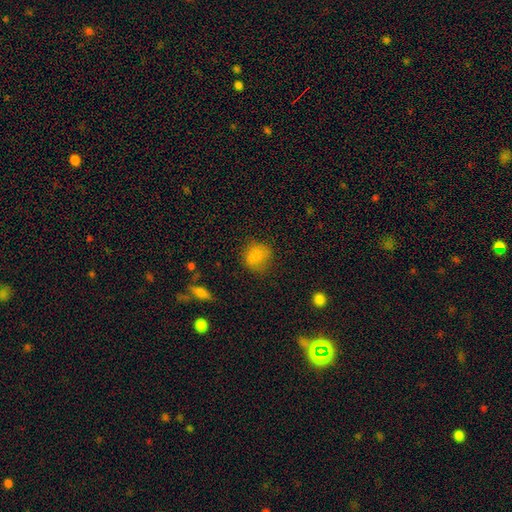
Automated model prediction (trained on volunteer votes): Overall: smooth (78%). How rounded: round (75%). Merging: none (66%).